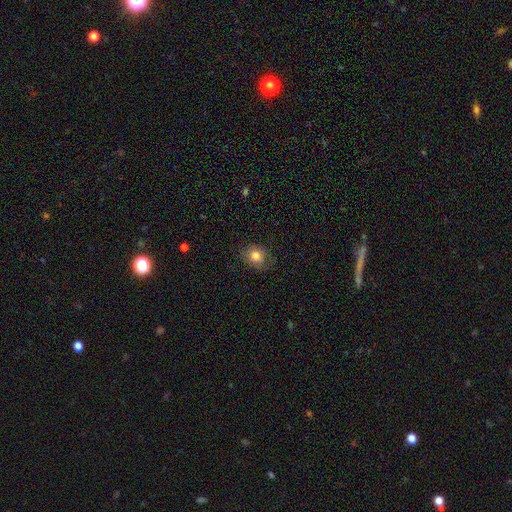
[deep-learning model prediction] Smooth or featured? Predicted: smooth (p=0.82). How rounded? Predicted: round (p=0.60). Merging? Predicted: none (p=0.77).